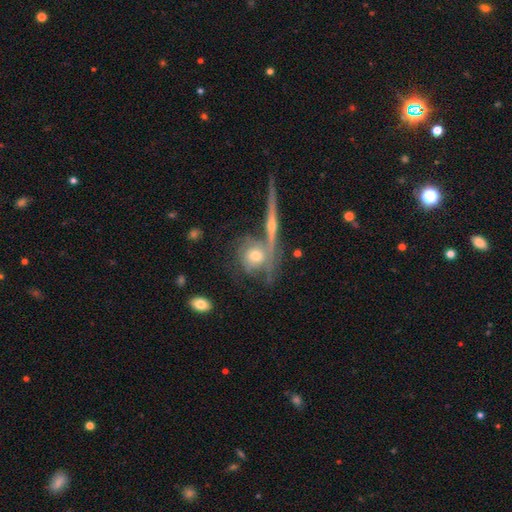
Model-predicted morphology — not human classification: Q: Smooth or featured?
A: featured or disk (60%); runner-up: smooth (30%)
Q: Edge-on disk?
A: no (66%); runner-up: yes (34%)
Q: Merging?
A: none (49%); runner-up: merger (25%)